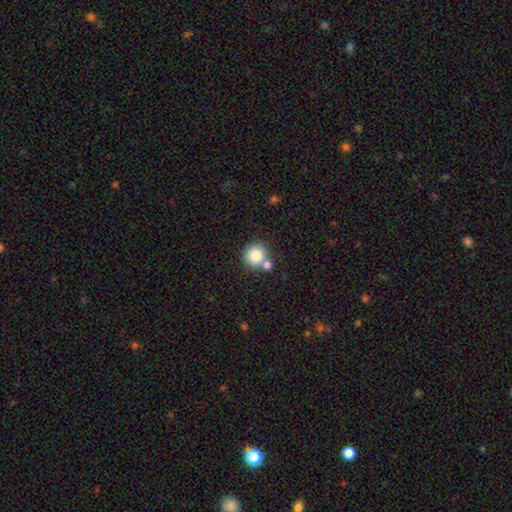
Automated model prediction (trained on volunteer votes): A smooth galaxy with no disk features (84%) that is round (91%).

Vote fractions:
- Smooth or featured? smooth: 84% / star or artifact: 10% / featured or disk: 6%
- How rounded? round: 91% / in between: 8% / cigar-shaped: 1%
- Merging? none: 62% / merger: 26% / minor disturbance: 9% / major disturbance: 3%